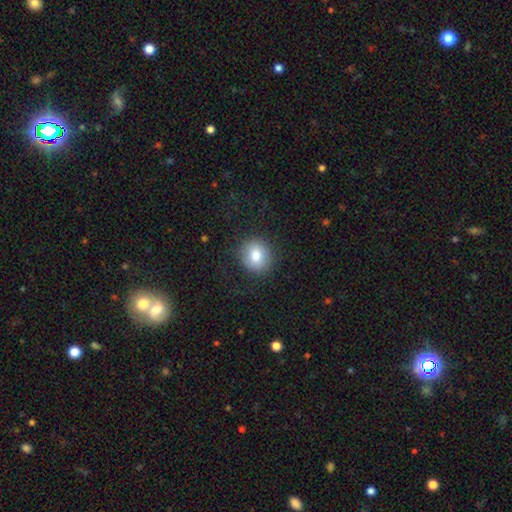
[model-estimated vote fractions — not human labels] The model was most divided on "smooth or featured": smooth: 80%, featured or disk: 11%, star or artifact: 10%. More confident: how rounded — round (87%); merging — none (86%).